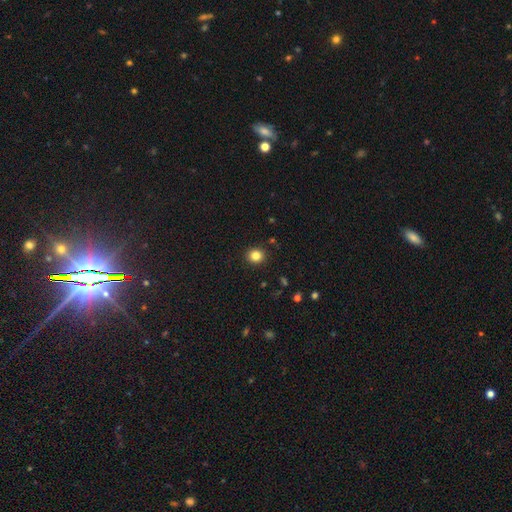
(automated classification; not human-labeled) smooth-or-featured: smooth: 83% | star or artifact: 12% | featured or disk: 5%
  how-rounded: round: 84% | in between: 15% | cigar-shaped: 1%
  merging: none: 91% | minor disturbance: 6% | major disturbance: 2% | merger: 1%